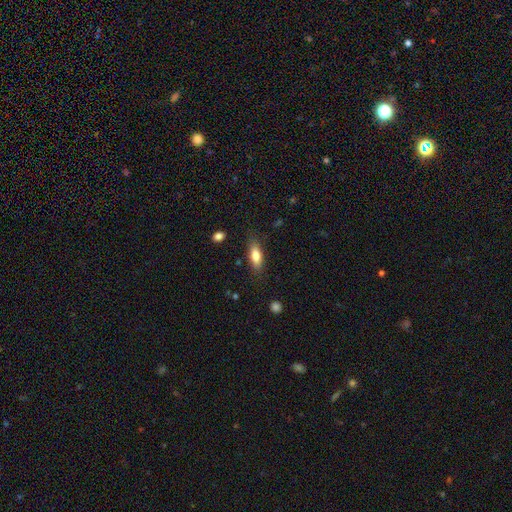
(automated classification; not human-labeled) Smooth or featured?
  - smooth: 76% *
  - featured or disk: 17%
  - star or artifact: 7%
How rounded?
  - in between: 64% *
  - cigar-shaped: 33%
  - round: 3%
Merging?
  - none: 83% *
  - minor disturbance: 13%
  - major disturbance: 3%
  - merger: 1%